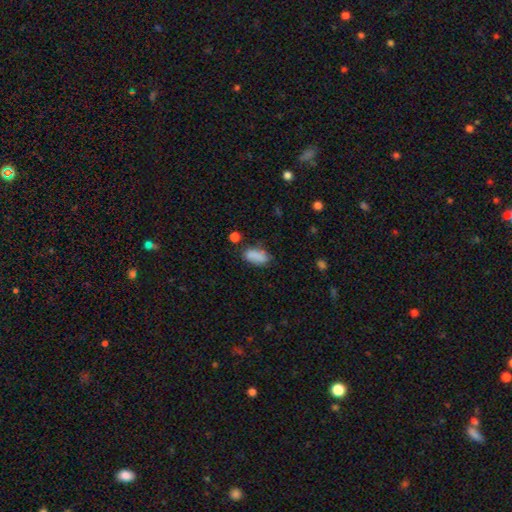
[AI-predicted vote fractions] Q: Smooth or featured?
A: smooth (84%); runner-up: star or artifact (9%)
Q: How rounded?
A: in between (90%); runner-up: cigar-shaped (6%)
Q: Merging?
A: none (64%); runner-up: minor disturbance (23%)